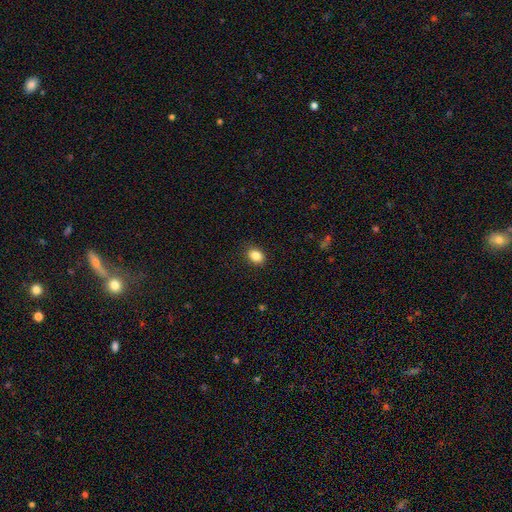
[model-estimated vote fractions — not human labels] Morphology: type=smooth (86%); roundness=in between (67%); merging=none (89%).